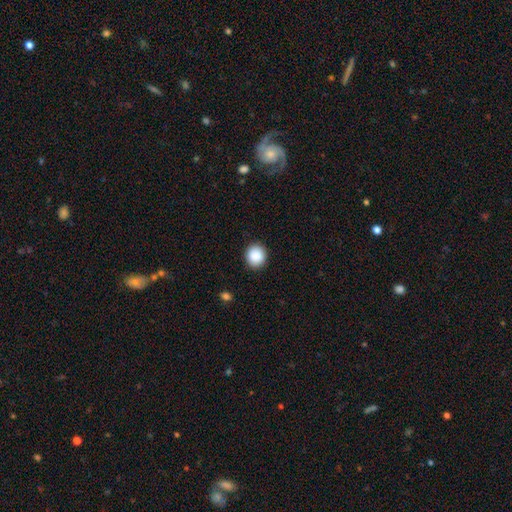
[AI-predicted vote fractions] A smooth galaxy with no disk features (89%) that is round (87%).

Vote fractions:
- Smooth or featured? smooth: 89% / star or artifact: 8% / featured or disk: 3%
- How rounded? round: 87% / in between: 12% / cigar-shaped: 1%
- Merging? none: 91% / minor disturbance: 6% / major disturbance: 2% / merger: 1%